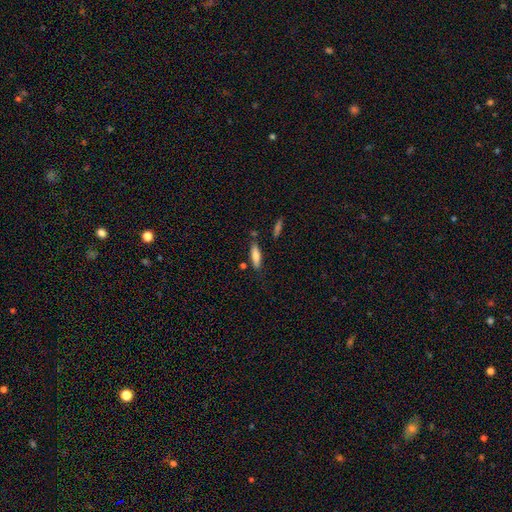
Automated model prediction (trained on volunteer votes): A smooth galaxy with no disk features (75%) that is cigar-shaped (61%). Merging: none (79%).